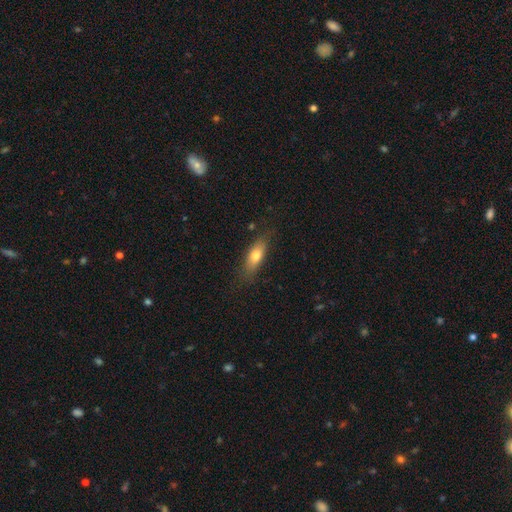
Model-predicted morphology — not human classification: Smooth or featured?
  - smooth: 73% *
  - featured or disk: 20%
  - star or artifact: 7%
How rounded?
  - in between: 67% *
  - cigar-shaped: 29%
  - round: 4%
Merging?
  - none: 78% *
  - minor disturbance: 16%
  - major disturbance: 4%
  - merger: 1%